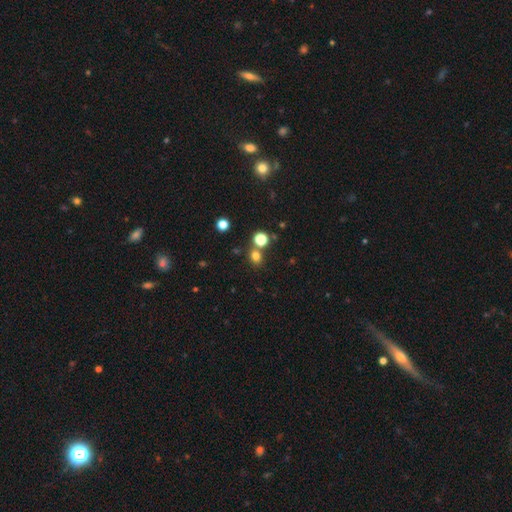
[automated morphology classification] A smooth galaxy with no disk features (74%) that is round (70%).

Vote fractions:
- Smooth or featured? smooth: 74% / star or artifact: 20% / featured or disk: 6%
- How rounded? round: 70% / in between: 29% / cigar-shaped: 1%
- Merging? none: 69% / merger: 19% / minor disturbance: 8% / major disturbance: 3%